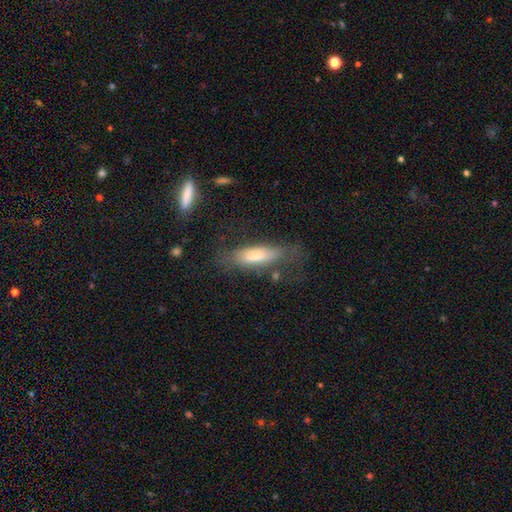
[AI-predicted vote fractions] A smooth galaxy with no disk features (69%) that is in between round and cigar-shaped (51%). Merging: none (59%).